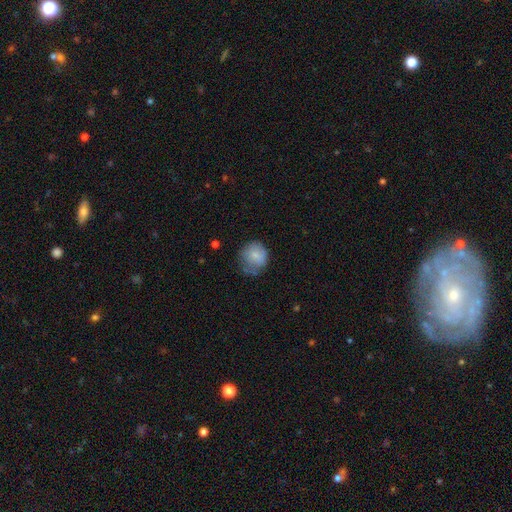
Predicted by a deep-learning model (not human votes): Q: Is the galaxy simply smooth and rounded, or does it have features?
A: smooth — 75%.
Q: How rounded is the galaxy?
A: round — 81%.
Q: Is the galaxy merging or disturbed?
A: none — 49%.